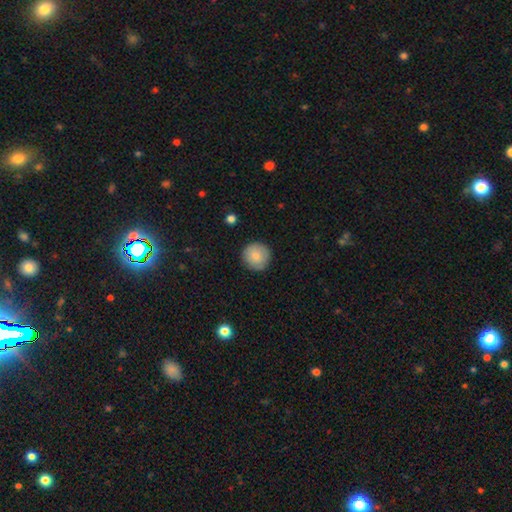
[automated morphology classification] A smooth galaxy with no disk features (82%) that is round (95%).

Vote fractions:
- Smooth or featured? smooth: 82% / featured or disk: 11% / star or artifact: 7%
- How rounded? round: 95% / in between: 4% / cigar-shaped: 1%
- Merging? none: 90% / minor disturbance: 7% / major disturbance: 2% / merger: 1%